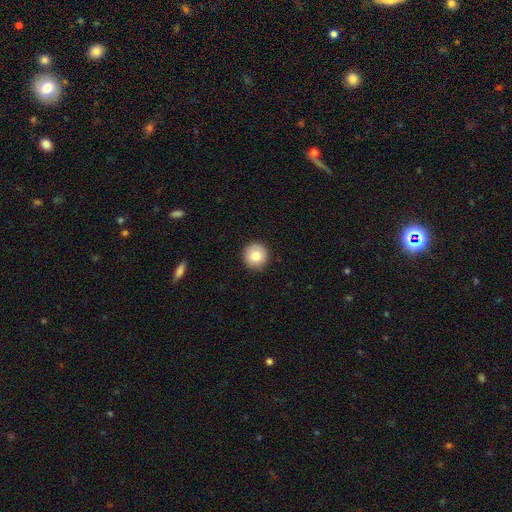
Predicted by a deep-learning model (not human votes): Q: Smooth or featured?
A: smooth (85%); runner-up: star or artifact (8%)
Q: How rounded?
A: round (94%); runner-up: in between (5%)
Q: Merging?
A: none (91%); runner-up: minor disturbance (6%)